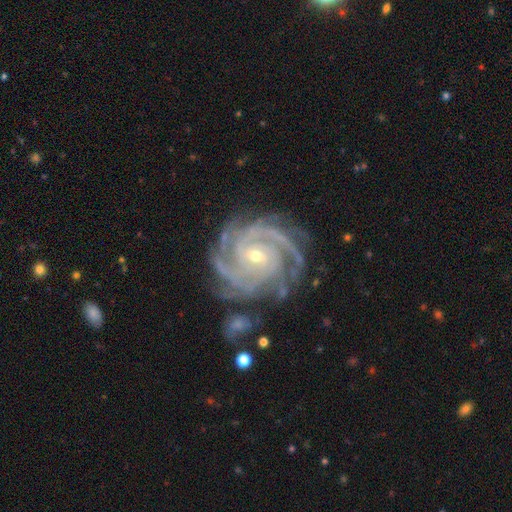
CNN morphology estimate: featured or disk 93%, star or artifact 5%, smooth 2%. Down the decision tree: edge-on disk — no (98%); bar — no (49%); spiral arms — yes (99%); spiral arm count — 4 (32%); spiral winding — tight (75%); bulge size — small (67%); merging — none (75%).